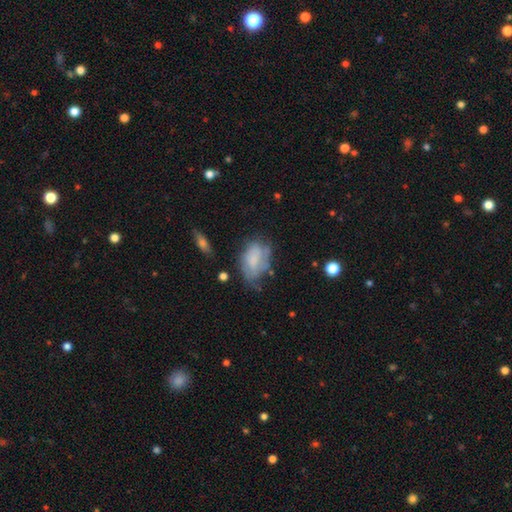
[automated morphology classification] Smooth or featured: smooth — 54% (featured or disk — 35%)
How rounded: in between — 87% (round — 11%)
Merging: none — 43% (minor disturbance — 34%)